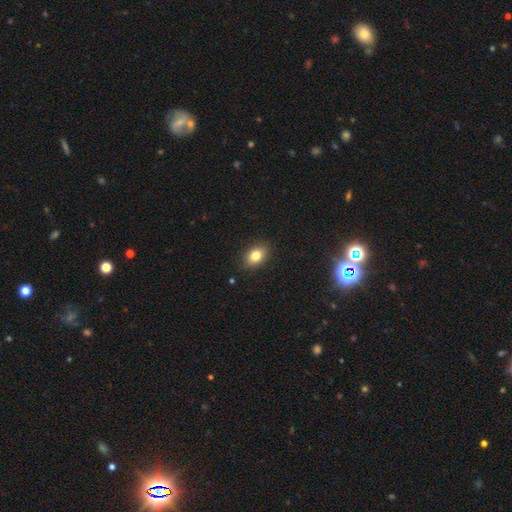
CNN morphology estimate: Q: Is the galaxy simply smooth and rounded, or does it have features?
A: smooth — 81%.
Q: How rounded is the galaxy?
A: in between — 79%.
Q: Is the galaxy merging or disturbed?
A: none — 85%.